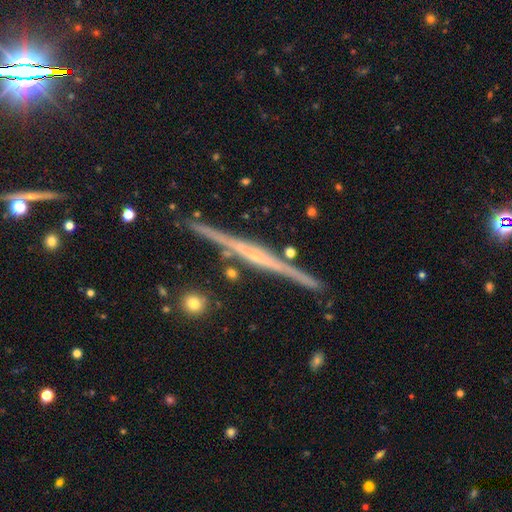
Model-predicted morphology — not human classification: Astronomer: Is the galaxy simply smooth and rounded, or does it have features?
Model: featured or disk — 80%.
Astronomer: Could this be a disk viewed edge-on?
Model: yes — 98%.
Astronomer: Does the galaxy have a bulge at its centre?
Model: none — 54% (runner-up: rounded, 33%).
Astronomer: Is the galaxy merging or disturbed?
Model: none — 87%.